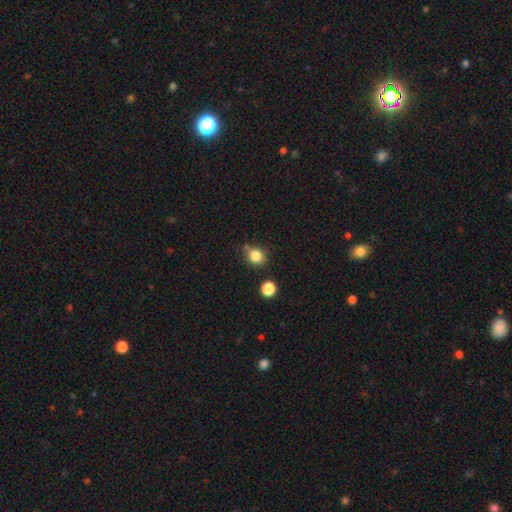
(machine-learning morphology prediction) Overall: smooth (83%). How rounded: round (74%). Merging: none (68%).